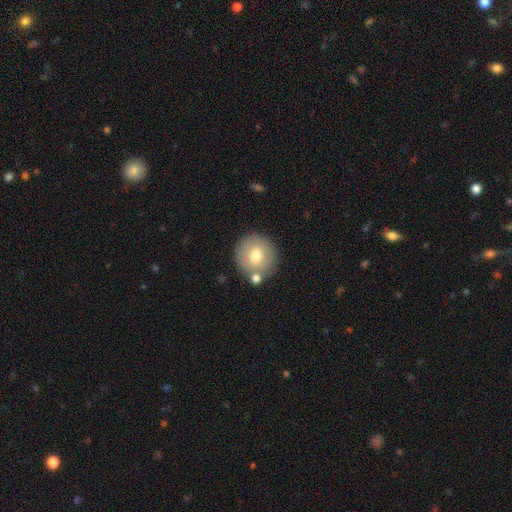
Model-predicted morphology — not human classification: smooth 73%, featured or disk 19%, star or artifact 8%. Down the decision tree: how rounded — round (91%); merging — none (76%).